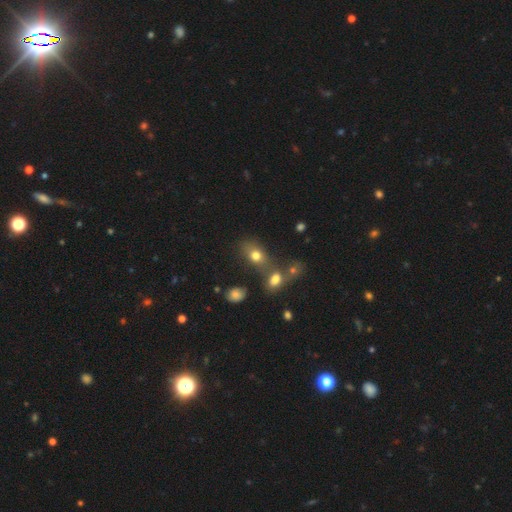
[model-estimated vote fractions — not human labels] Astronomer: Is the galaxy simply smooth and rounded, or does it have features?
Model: smooth — 73%.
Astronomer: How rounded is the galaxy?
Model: in between — 74%.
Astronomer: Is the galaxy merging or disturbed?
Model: none — 47% (runner-up: merger, 33%).